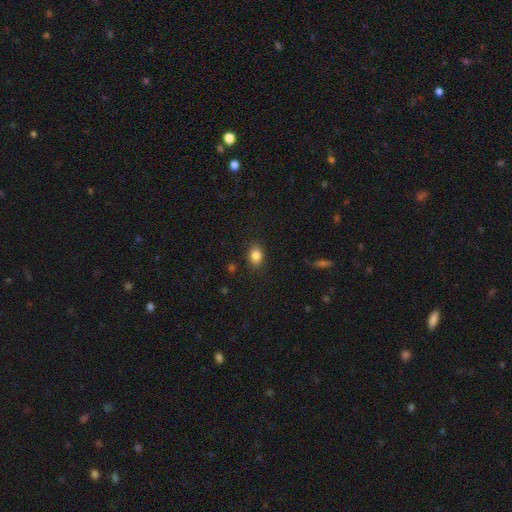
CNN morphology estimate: type=smooth (85%); roundness=in between (73%); merging=none (86%).